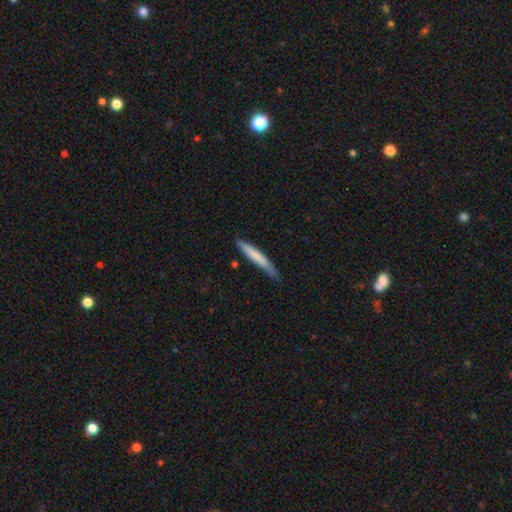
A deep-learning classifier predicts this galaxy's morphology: Q: Smooth or featured?
A: smooth (70%); runner-up: featured or disk (24%)
Q: How rounded?
A: cigar-shaped (94%); runner-up: in between (4%)
Q: Merging?
A: none (70%); runner-up: minor disturbance (24%)